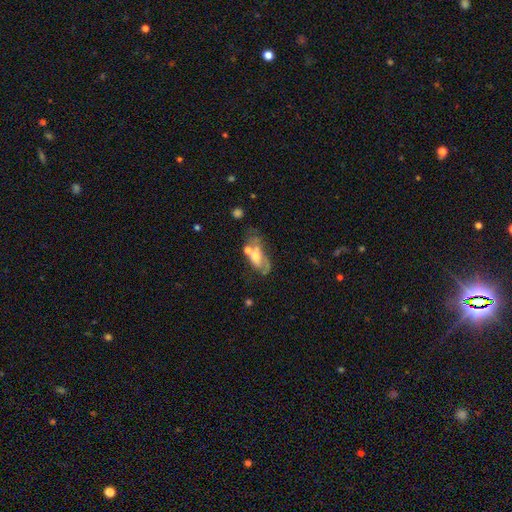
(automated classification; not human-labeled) Morphology: type=featured or disk (49%); merging=merger (29%).